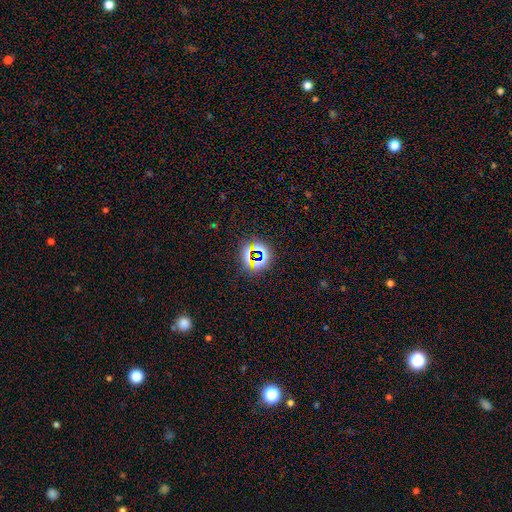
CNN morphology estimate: This appears to be a star or artifact, not a galaxy (70%).